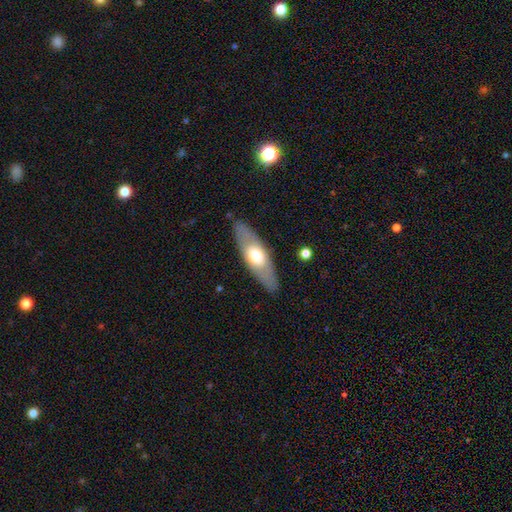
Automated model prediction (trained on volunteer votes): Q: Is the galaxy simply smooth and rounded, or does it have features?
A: smooth — 48%.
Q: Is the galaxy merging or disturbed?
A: none — 86%.